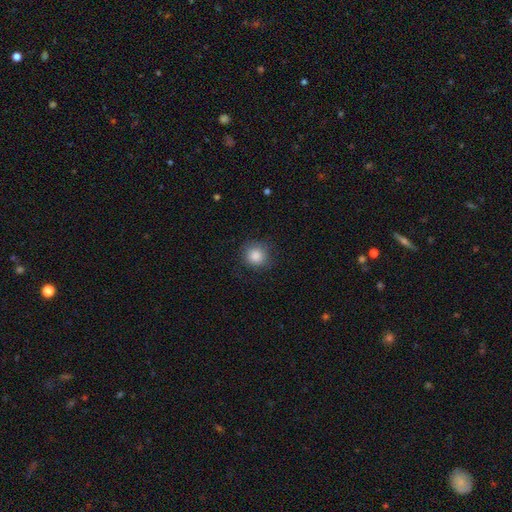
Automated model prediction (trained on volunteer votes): smooth_or_featured: smooth (p=0.86) [alt: star or artifact p=0.09]
how_rounded: round (p=0.90) [alt: in between p=0.09]
merging: none (p=0.81) [alt: minor disturbance p=0.13]